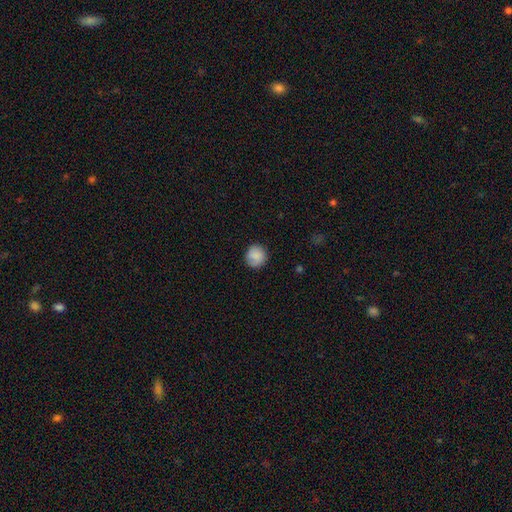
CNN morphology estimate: smooth-or-featured: smooth: 87% | star or artifact: 7% | featured or disk: 5%
  how-rounded: round: 90% | in between: 10% | cigar-shaped: 1%
  merging: none: 86% | minor disturbance: 11% | major disturbance: 2% | merger: 1%